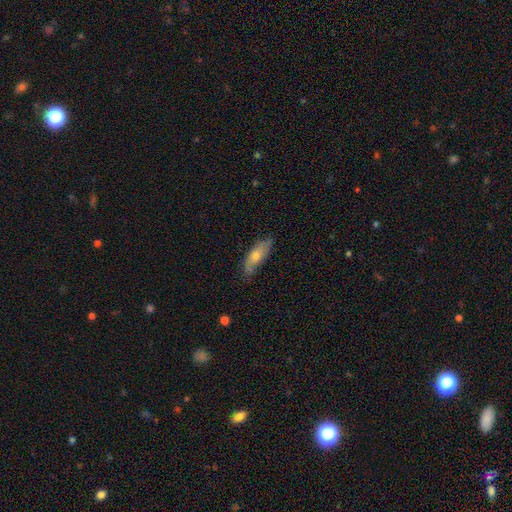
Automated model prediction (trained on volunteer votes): A smooth galaxy with no disk features (54%) that is in between round and cigar-shaped (54%).

Vote fractions:
- Smooth or featured? smooth: 54% / featured or disk: 39% / star or artifact: 7%
- How rounded? in between: 54% / cigar-shaped: 43% / round: 3%
- Merging? none: 73% / minor disturbance: 21% / major disturbance: 4% / merger: 1%